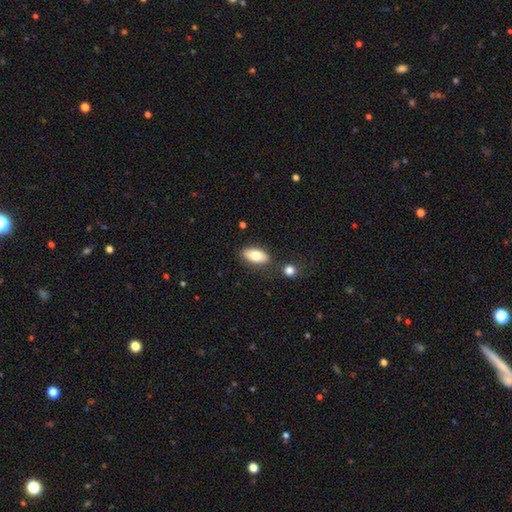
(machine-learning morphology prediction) Smooth or featured: smooth — 77% (featured or disk — 17%)
How rounded: in between — 90% (cigar-shaped — 7%)
Merging: none — 79% (minor disturbance — 12%)